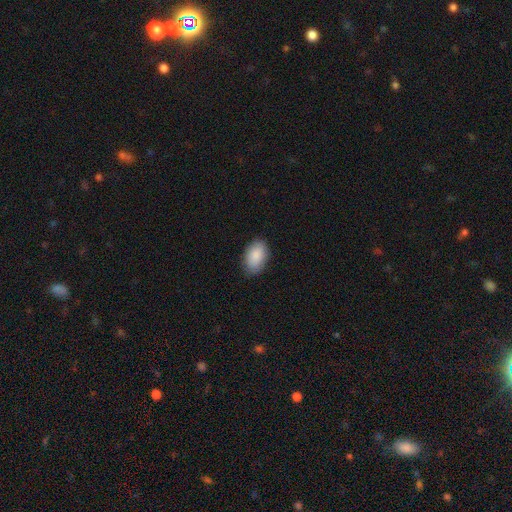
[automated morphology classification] A smooth galaxy with no disk features (89%) that is in between round and cigar-shaped (92%). Merging: none (84%).